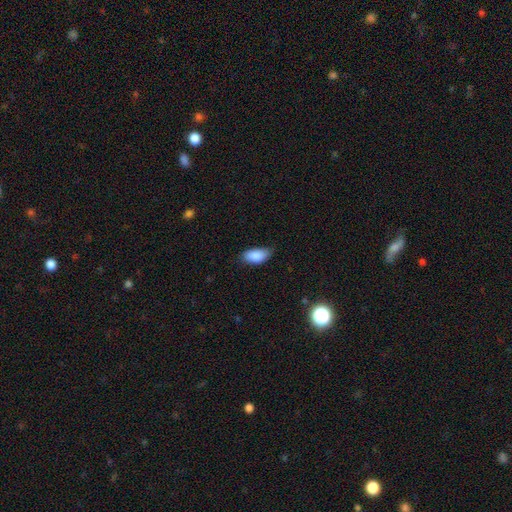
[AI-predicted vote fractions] smooth_or_featured: smooth (p=0.87) [alt: star or artifact p=0.07]
how_rounded: in between (p=0.92) [alt: cigar-shaped p=0.05]
merging: none (p=0.72) [alt: minor disturbance p=0.23]